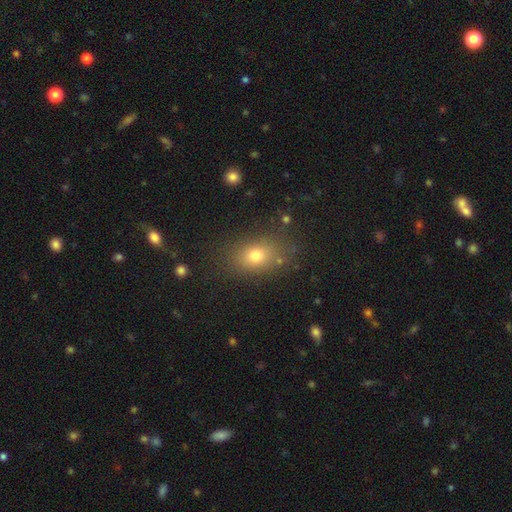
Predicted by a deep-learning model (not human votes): smooth_or_featured: smooth (p=0.75) [alt: star or artifact p=0.14]
how_rounded: in between (p=0.69) [alt: round p=0.29]
merging: none (p=0.80) [alt: minor disturbance p=0.12]